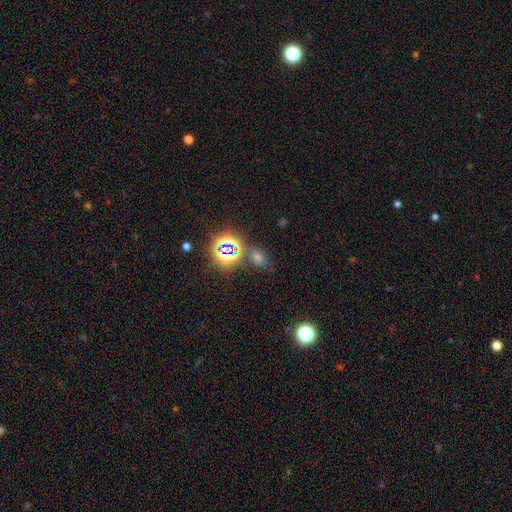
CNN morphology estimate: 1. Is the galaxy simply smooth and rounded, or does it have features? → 48% smooth, 43% star or artifact, 8% featured or disk.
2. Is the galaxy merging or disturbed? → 72% none, 13% minor disturbance, 10% merger, 5% major disturbance.